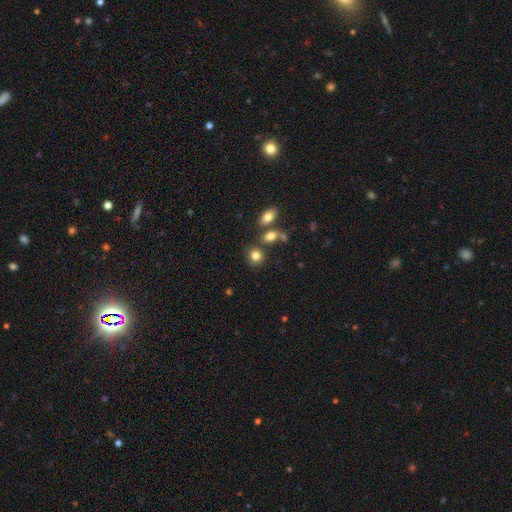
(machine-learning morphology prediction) This appears to be a smooth galaxy with no disk features (82%) that is round (71%). Merging: none (69%).